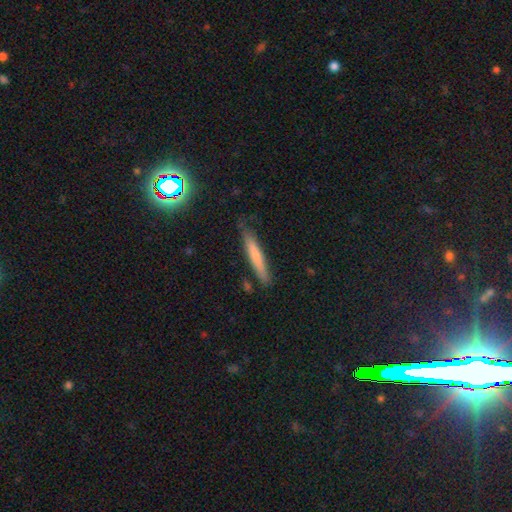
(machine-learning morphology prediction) Smooth or featured? Predicted: smooth (p=0.68). How rounded? Predicted: cigar-shaped (p=0.93). Merging? Predicted: none (p=0.80).